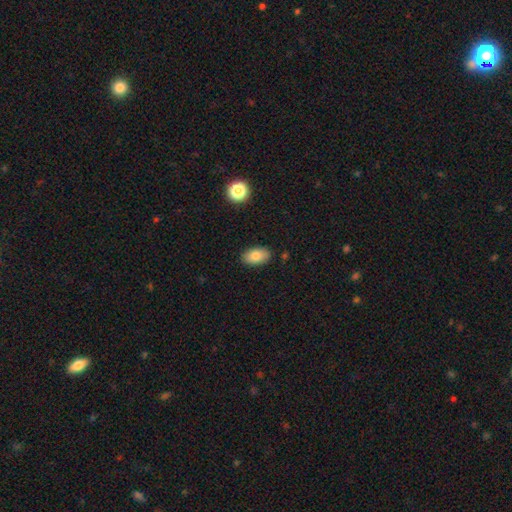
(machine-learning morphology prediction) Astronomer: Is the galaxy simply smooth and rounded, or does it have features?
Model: smooth — 81%.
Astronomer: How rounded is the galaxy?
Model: in between — 92%.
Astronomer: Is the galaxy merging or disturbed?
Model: none — 87%.